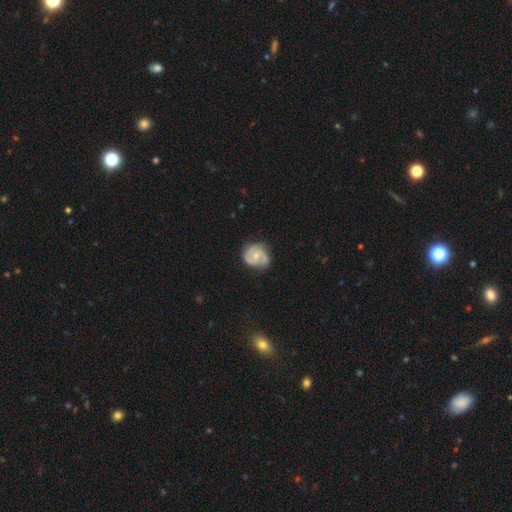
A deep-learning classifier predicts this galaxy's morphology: A featured or disk galaxy (73%) with no bar (61%), 2 (71%) medium (44%) spiral arms (91%) and a small central bulge (49%). Merging: none (64%).